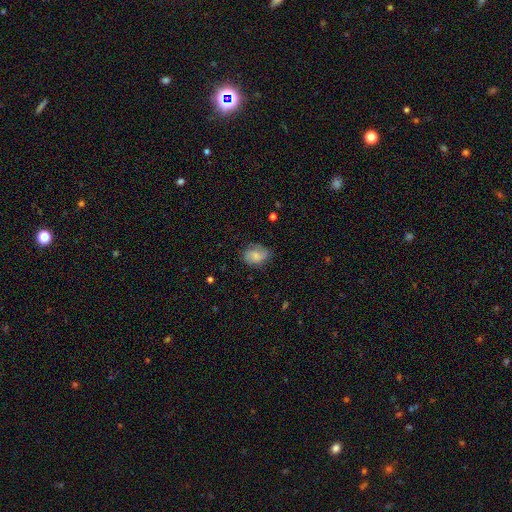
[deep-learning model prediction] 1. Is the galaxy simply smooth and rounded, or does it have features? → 62% smooth, 30% featured or disk, 9% star or artifact.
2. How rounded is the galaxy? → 76% in between, 22% round, 1% cigar-shaped.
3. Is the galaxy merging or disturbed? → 67% none, 24% minor disturbance, 7% major disturbance, 1% merger.